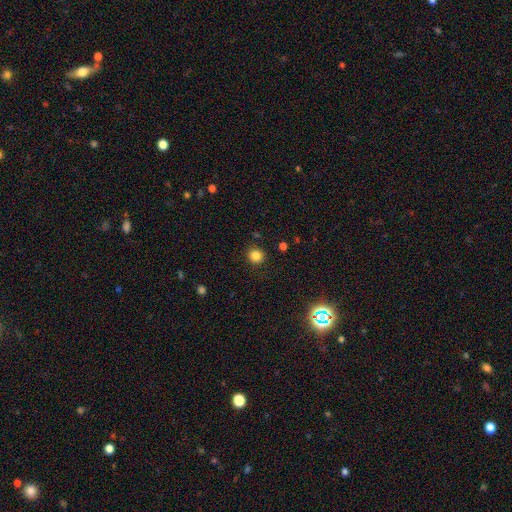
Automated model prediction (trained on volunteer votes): Smooth or featured: smooth — 83% (star or artifact — 12%)
How rounded: round — 92% (in between — 7%)
Merging: none — 89% (minor disturbance — 7%)